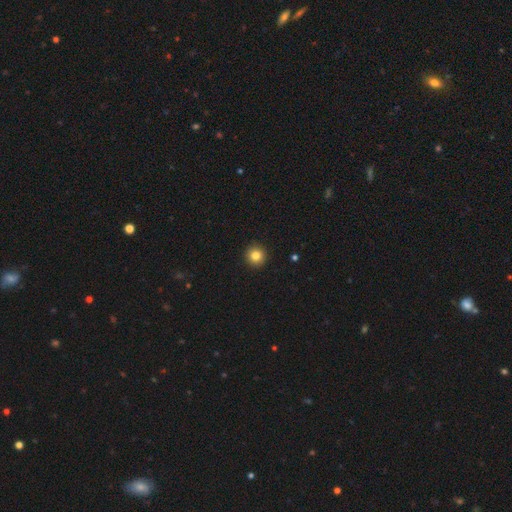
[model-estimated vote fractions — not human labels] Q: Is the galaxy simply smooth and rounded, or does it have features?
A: smooth — 83%.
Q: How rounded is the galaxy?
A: round — 95%.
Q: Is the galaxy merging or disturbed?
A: none — 93%.